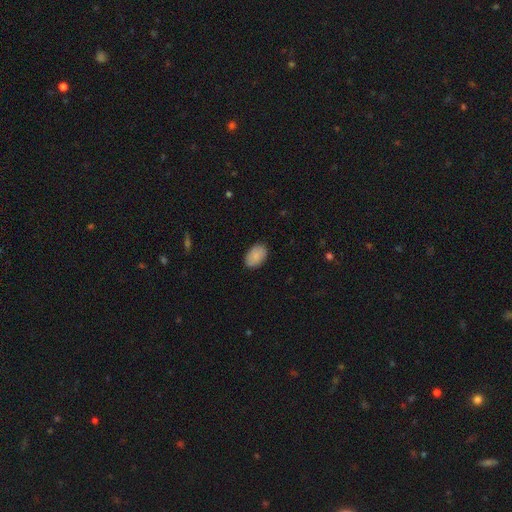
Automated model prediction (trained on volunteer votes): Smooth or featured?
  - smooth: 87% *
  - star or artifact: 6%
  - featured or disk: 6%
How rounded?
  - in between: 89% *
  - round: 10%
  - cigar-shaped: 1%
Merging?
  - none: 88% *
  - minor disturbance: 9%
  - major disturbance: 2%
  - merger: 1%